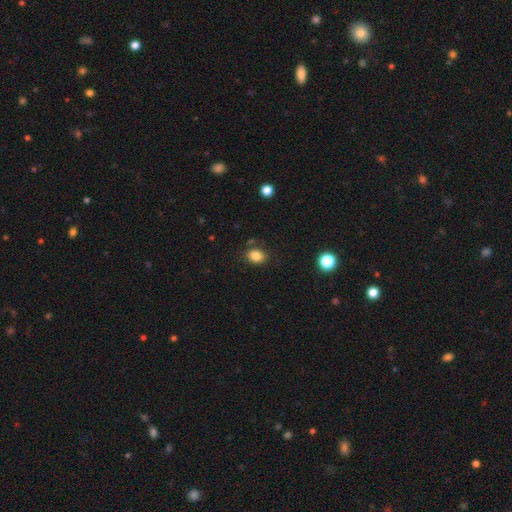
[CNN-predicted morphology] type=smooth (85%); roundness=in between (62%); merging=none (81%).